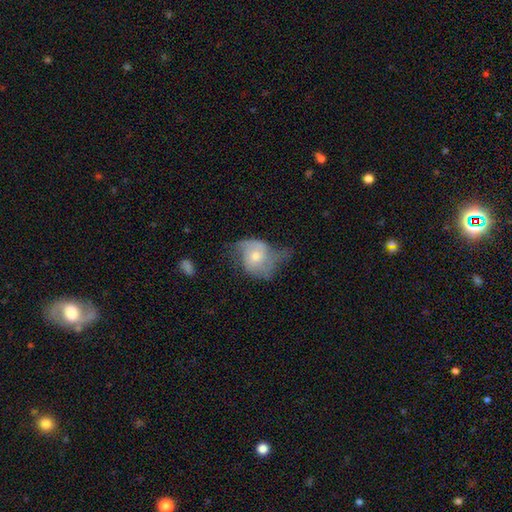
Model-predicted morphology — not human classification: smooth-or-featured: featured or disk: 57% | smooth: 36% | star or artifact: 7%
  disk-edge-on: no: 96% | yes: 4%
    bar: no: 73% | weak: 23% | strong: 4%
    has-spiral-arms: yes: 75% | no: 25%
    bulge-size: moderate: 55% | small: 33% | large: 7% | none: 4% | dominant: 2%
  merging: major disturbance: 33% (tied) | minor disturbance: 33% (tied) | none: 31% | merger: 3%